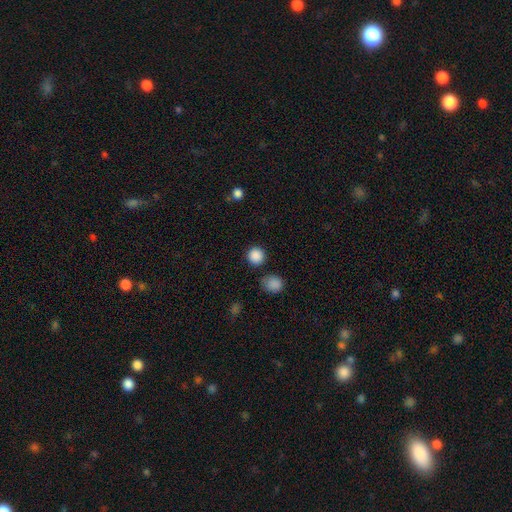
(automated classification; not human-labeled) A smooth galaxy with no disk features (87%) that is round (93%). Merging: none (85%).